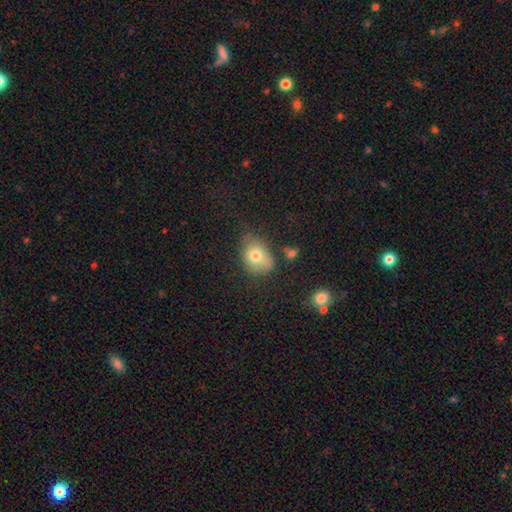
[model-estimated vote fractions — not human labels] Overall: smooth (74%). How rounded: in between (62%; round 37%). Merging: none (47%; minor disturbance 33%).